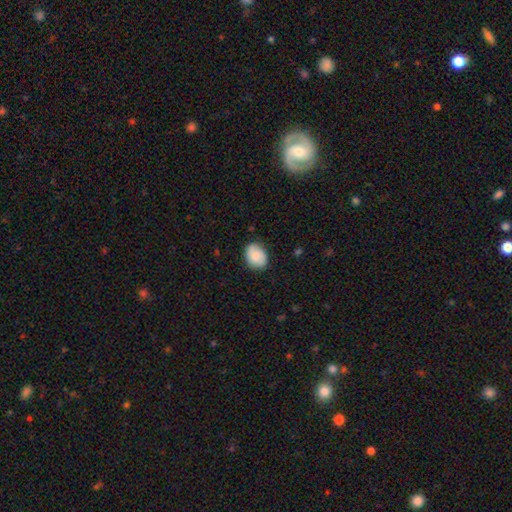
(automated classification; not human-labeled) This is likely a smooth galaxy (63%). How rounded: possibly in between (51%). Merging: likely none (76%).